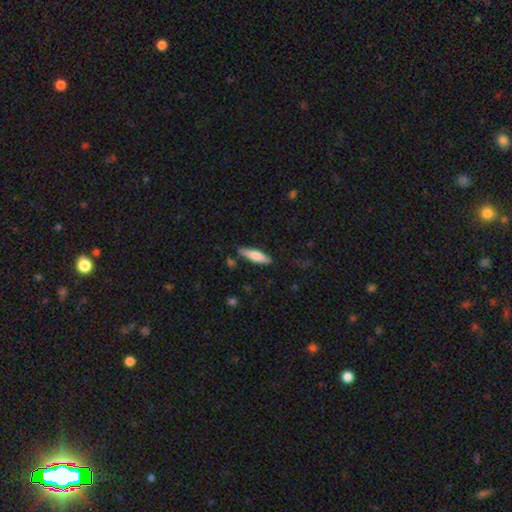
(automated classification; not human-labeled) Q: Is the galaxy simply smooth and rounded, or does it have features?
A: smooth — 67%.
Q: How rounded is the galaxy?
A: cigar-shaped — 68%.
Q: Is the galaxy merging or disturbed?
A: none — 84%.